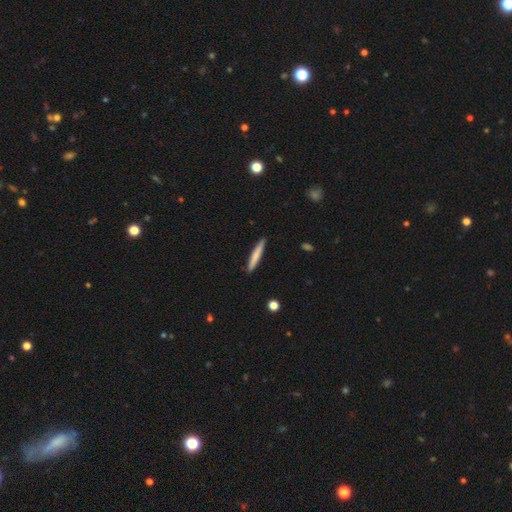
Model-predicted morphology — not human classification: Q: Smooth or featured?
A: smooth (73%); runner-up: featured or disk (21%)
Q: How rounded?
A: cigar-shaped (95%); runner-up: in between (4%)
Q: Merging?
A: none (91%); runner-up: minor disturbance (7%)